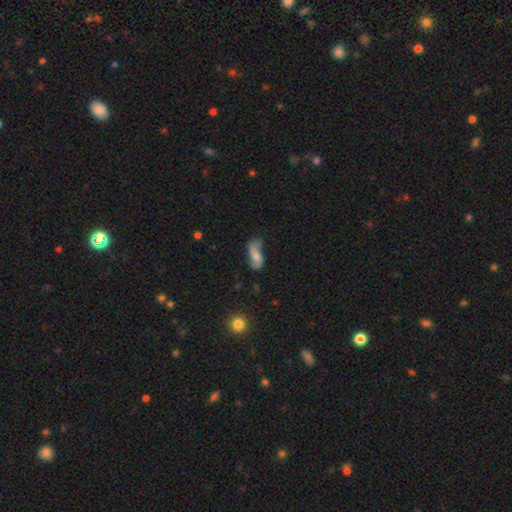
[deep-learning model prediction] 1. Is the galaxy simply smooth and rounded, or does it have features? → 51% featured or disk, 40% smooth, 9% star or artifact.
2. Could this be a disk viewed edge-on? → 91% no, 9% yes.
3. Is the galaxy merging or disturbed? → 48% none, 28% minor disturbance, 18% major disturbance, 5% merger.